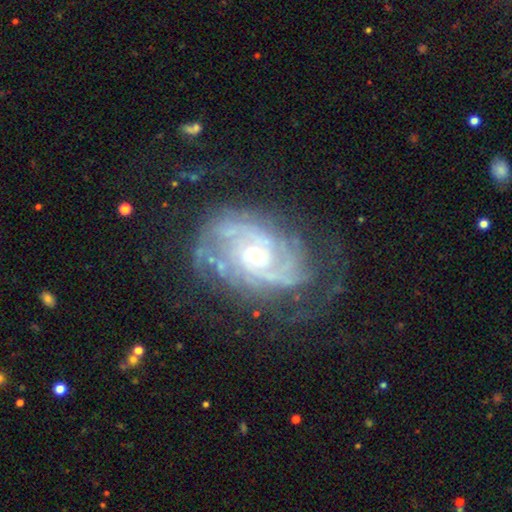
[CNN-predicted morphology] type=featured or disk (88%); edge-on=no (97%); bar=no (66%); spiral arms=yes (97%); winding=tight (64%); arm count=2 (32%); bulge=small (62%); merging=none (65%).